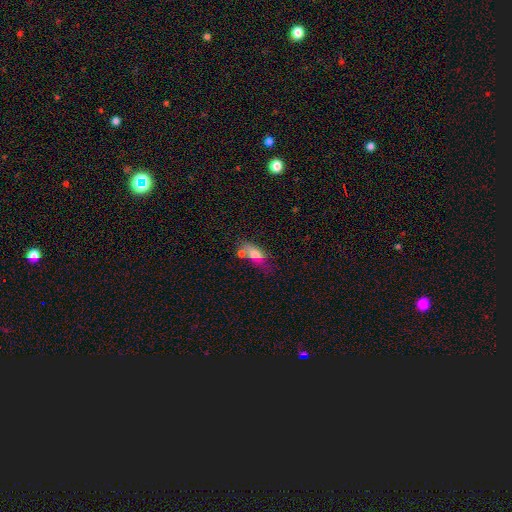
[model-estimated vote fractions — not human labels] smooth_or_featured: smooth (p=0.69) [alt: featured or disk p=0.21]
how_rounded: in between (p=0.77) [alt: cigar-shaped p=0.16]
merging: none (p=0.38) [alt: merger p=0.25]